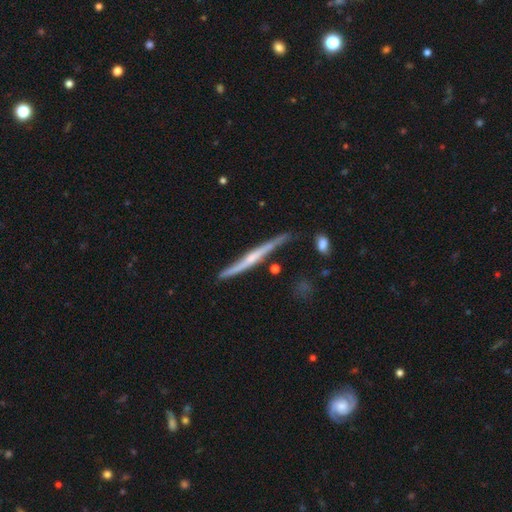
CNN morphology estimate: smooth_or_featured: featured or disk (p=0.76) [alt: smooth p=0.18]
disk_edge_on: yes (p=0.94) [alt: no p=0.06]
edge_on_bulge: rounded (p=0.53) [alt: none p=0.37]
merging: none (p=0.73) [alt: minor disturbance p=0.19]